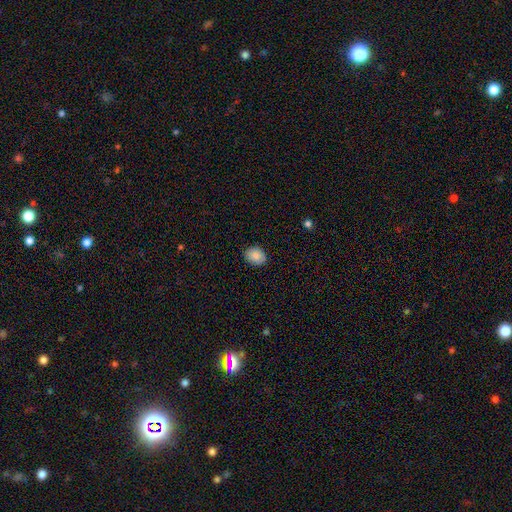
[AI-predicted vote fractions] Smooth or featured: smooth — 87% (star or artifact — 8%)
How rounded: in between — 61% (round — 38%)
Merging: none — 87% (minor disturbance — 10%)